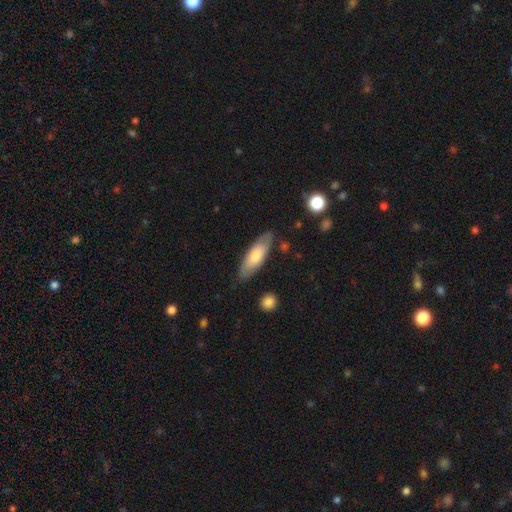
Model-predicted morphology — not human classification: smooth 66%, featured or disk 29%, star or artifact 5%. Down the decision tree: how rounded — in between (59%); merging — none (81%).